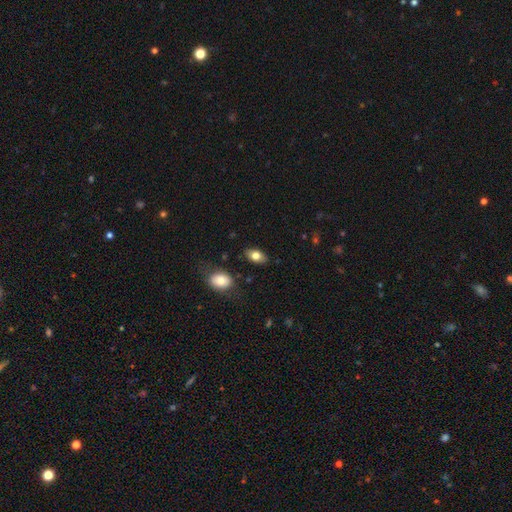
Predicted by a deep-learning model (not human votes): Q: Smooth or featured?
A: smooth (78%); runner-up: featured or disk (15%)
Q: How rounded?
A: in between (89%); runner-up: round (8%)
Q: Merging?
A: none (84%); runner-up: minor disturbance (11%)